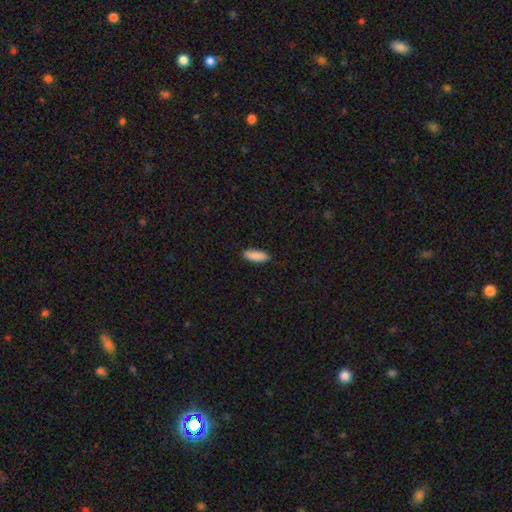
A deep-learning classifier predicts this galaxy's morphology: Overall: smooth (90%). How rounded: in between (59%; cigar-shaped 39%). Merging: none (88%).